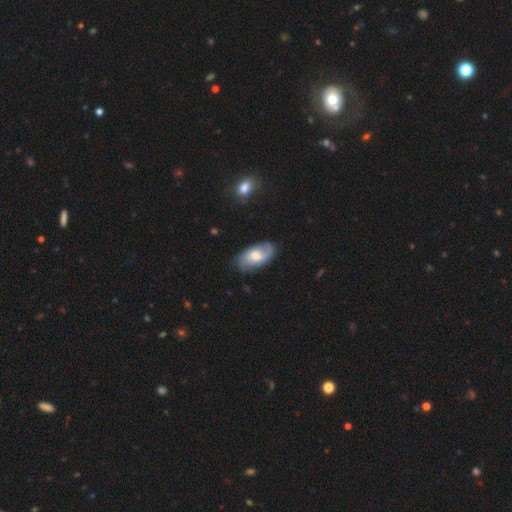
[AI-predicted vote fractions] Overall: featured or disk (58%; smooth 35%). Edge-on disk: no (93%). Bar: no (48%; weak 45%). Spiral arms: yes (86%). Bulge size: moderate (62%; small 24%). Merging: none (75%).